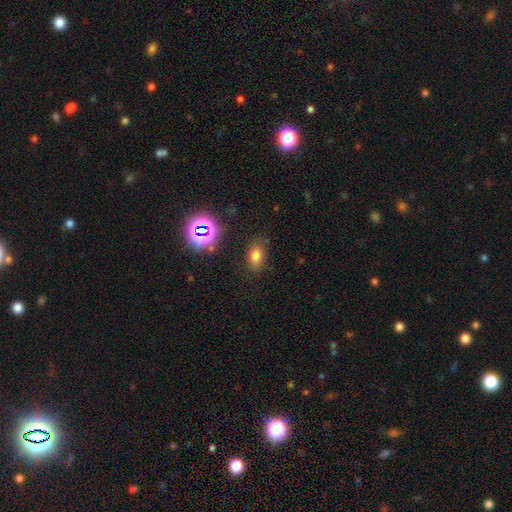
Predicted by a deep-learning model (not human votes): smooth_or_featured: smooth (p=0.71) [alt: star or artifact p=0.19]
how_rounded: in between (p=0.82) [alt: round p=0.15]
merging: none (p=0.80) [alt: minor disturbance p=0.13]